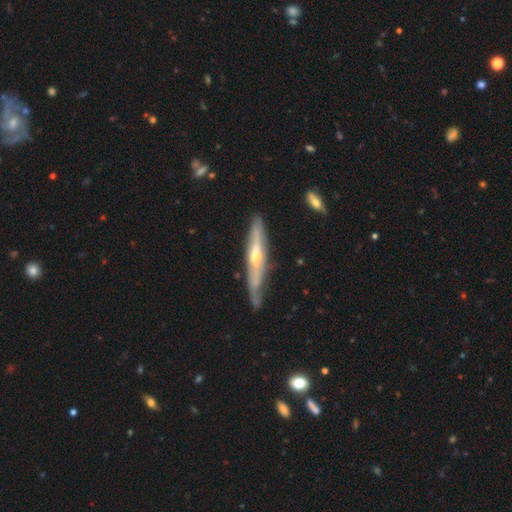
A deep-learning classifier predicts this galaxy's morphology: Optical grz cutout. It shows a featured or disk galaxy (69%) viewed edge-on (84%) with a rounded central bulge (71%). Merging: none (72%).